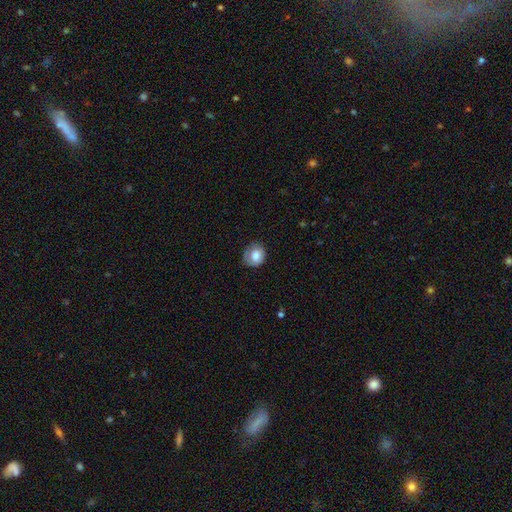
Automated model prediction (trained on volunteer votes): smooth_or_featured: smooth (p=0.77) [alt: featured or disk p=0.15]
how_rounded: round (p=0.72) [alt: in between p=0.27]
merging: none (p=0.69) [alt: minor disturbance p=0.23]